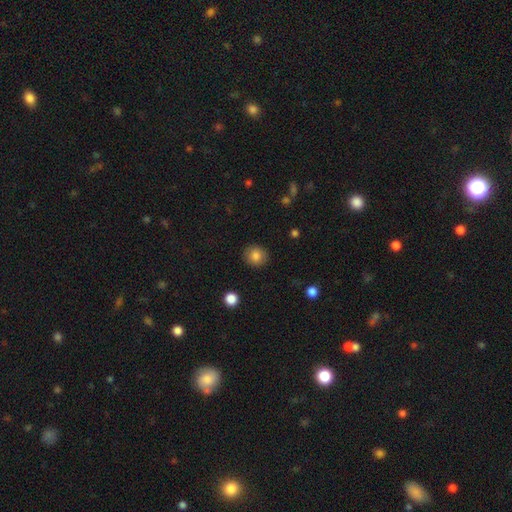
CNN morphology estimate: Q: Smooth or featured?
A: smooth (84%); runner-up: star or artifact (9%)
Q: How rounded?
A: round (83%); runner-up: in between (16%)
Q: Merging?
A: none (89%); runner-up: minor disturbance (7%)